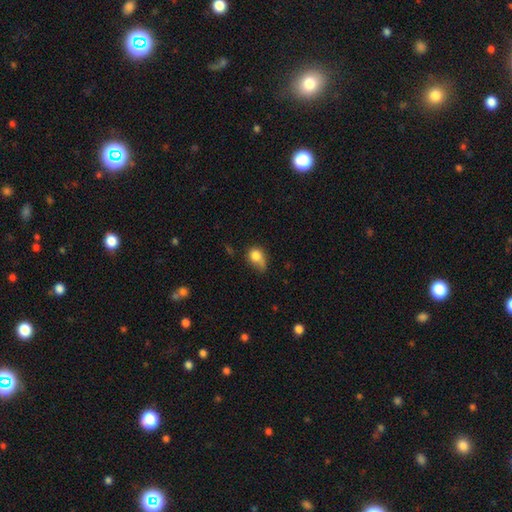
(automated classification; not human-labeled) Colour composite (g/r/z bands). It shows a smooth galaxy with no disk features (79%) that is round (50%). Merging: minor disturbance (36%).